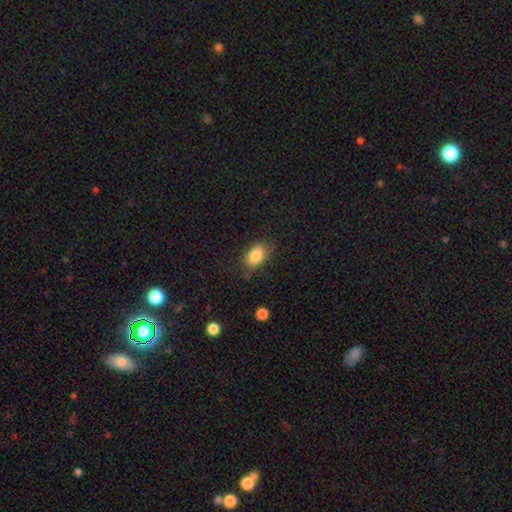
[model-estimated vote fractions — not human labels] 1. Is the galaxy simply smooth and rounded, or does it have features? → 85% smooth, 8% star or artifact, 7% featured or disk.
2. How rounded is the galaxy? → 83% in between, 16% round, 1% cigar-shaped.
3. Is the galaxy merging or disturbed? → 76% none, 17% minor disturbance, 5% major disturbance, 2% merger.